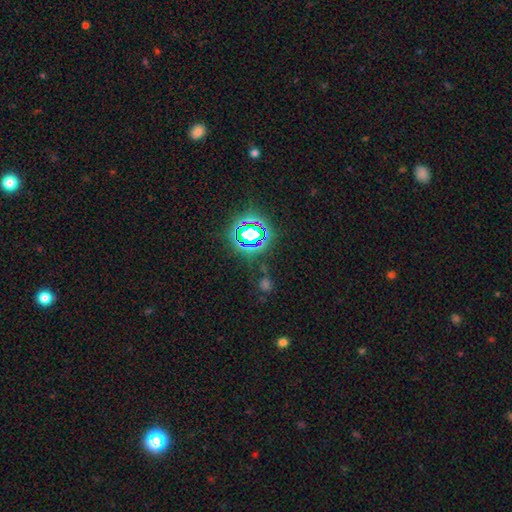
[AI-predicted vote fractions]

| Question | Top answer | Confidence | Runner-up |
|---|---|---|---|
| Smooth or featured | star or artifact | 77% | smooth (16%) |